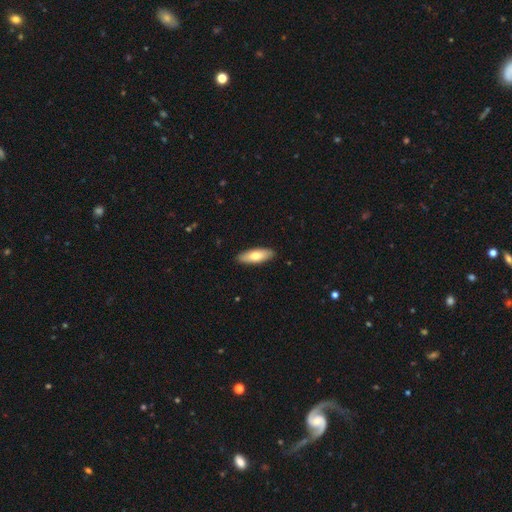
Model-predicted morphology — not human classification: type=smooth (73%); roundness=in between (63%); merging=none (90%).